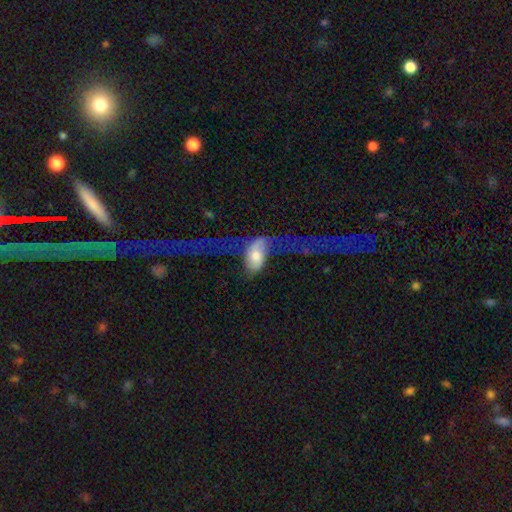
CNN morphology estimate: Smooth or featured? Predicted: featured or disk (p=0.48). Merging? Predicted: major disturbance (p=0.58).